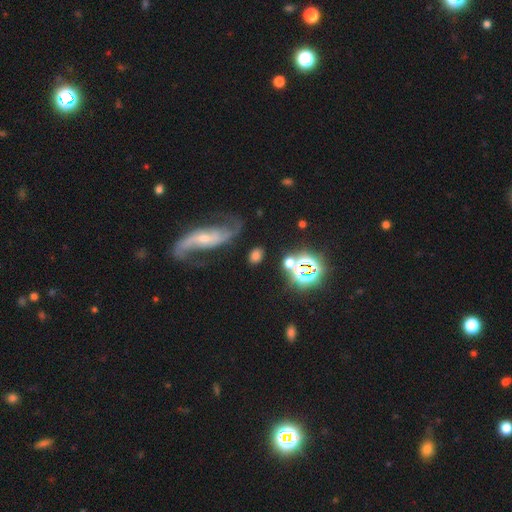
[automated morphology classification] Smooth or featured? Predicted: smooth (p=0.62). How rounded? Predicted: in between (p=0.71). Merging? Predicted: none (p=0.68).